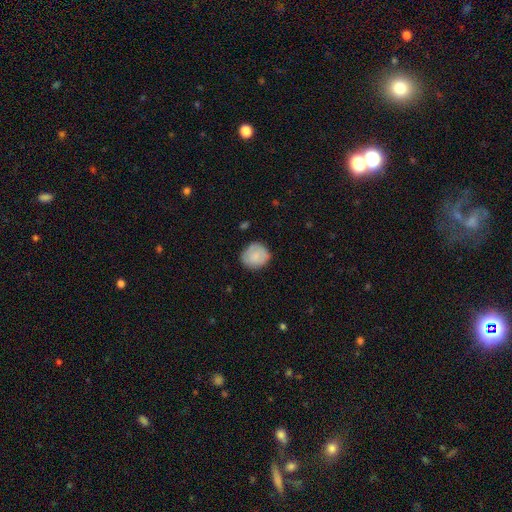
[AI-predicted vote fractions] Q: Smooth or featured?
A: smooth (78%); runner-up: featured or disk (16%)
Q: How rounded?
A: round (80%); runner-up: in between (19%)
Q: Merging?
A: none (76%); runner-up: minor disturbance (19%)